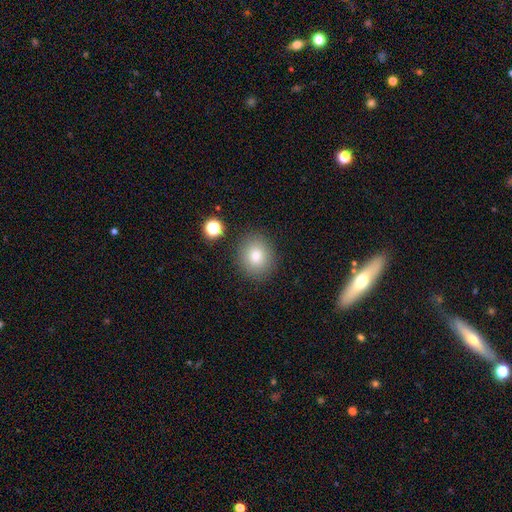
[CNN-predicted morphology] A smooth galaxy with no disk features (81%) that is round (79%). Merging: none (87%).